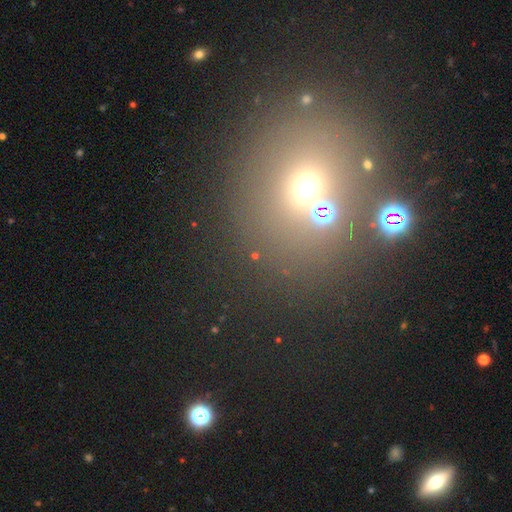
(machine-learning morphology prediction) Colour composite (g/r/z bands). It shows a star or artifact, not a galaxy (57%).